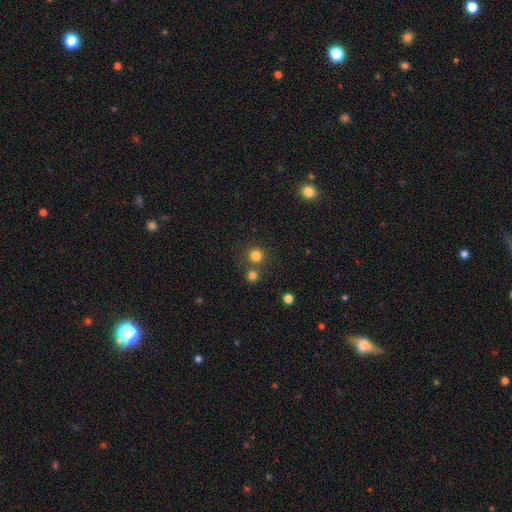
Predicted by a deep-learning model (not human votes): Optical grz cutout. It shows a smooth galaxy with no disk features (79%) that is round (92%). Merging: none (71%).